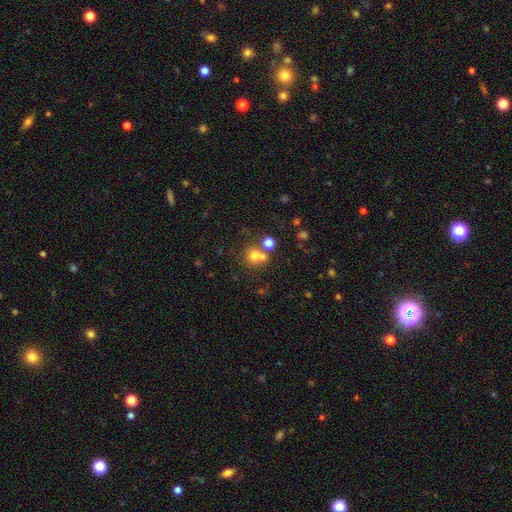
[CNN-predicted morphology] type=smooth (70%); roundness=round (79%); merging=none (47%).